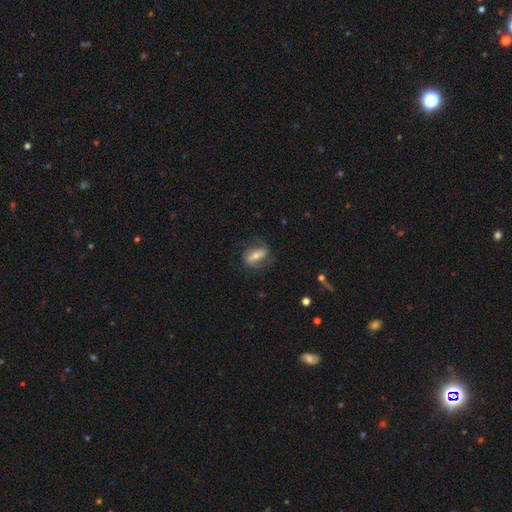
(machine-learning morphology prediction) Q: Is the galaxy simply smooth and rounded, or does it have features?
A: featured or disk — 70%.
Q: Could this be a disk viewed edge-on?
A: no — 92%.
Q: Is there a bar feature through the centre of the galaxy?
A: strong — 48%.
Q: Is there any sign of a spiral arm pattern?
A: yes — 87%.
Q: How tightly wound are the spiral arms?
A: medium — 44%.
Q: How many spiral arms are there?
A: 2 — 80%.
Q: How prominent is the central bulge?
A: moderate — 51%.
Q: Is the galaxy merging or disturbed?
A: none — 66%.